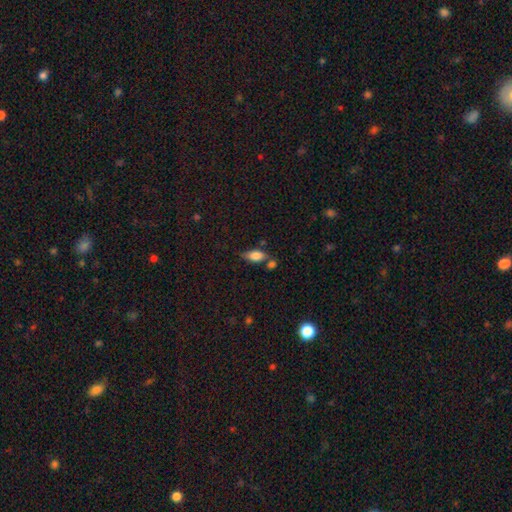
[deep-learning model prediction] smooth-or-featured: smooth: 80% | featured or disk: 12% | star or artifact: 8%
  how-rounded: in between: 86% | cigar-shaped: 9% | round: 5%
  merging: none: 51% | minor disturbance: 23% | merger: 19% | major disturbance: 7%